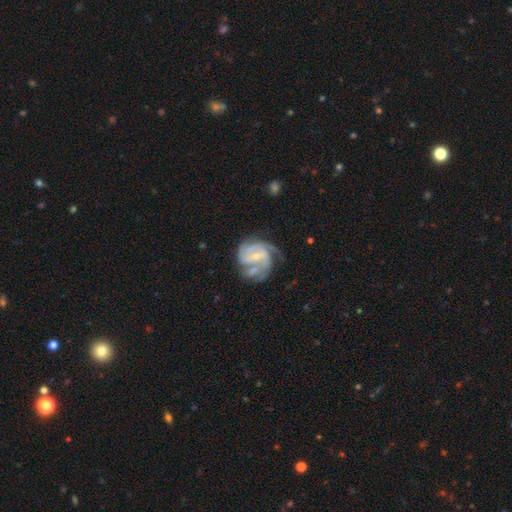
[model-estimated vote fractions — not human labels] A featured or disk galaxy (86%) with no bar (44%), 3 (46%) tight (51%) spiral arms (95%) and a small central bulge (62%).

Vote fractions:
- Smooth or featured? featured or disk: 86% / smooth: 9% / star or artifact: 6%
- Edge-on disk? no: 98% / yes: 2%
- Bar? no: 44% / weak: 43% / strong: 13%
- Spiral arms? yes: 95% / no: 5%
- Spiral winding? tight: 51% / medium: 40% / loose: 9%
- Spiral arm count? 3: 46% / can't tell: 17% / 2: 15% / 4: 15% / 1: 4% / more than 4: 4%
- Bulge size? small: 62% / moderate: 33% / none: 3% / large: 1% / dominant: 1%
- Merging? none: 47% / minor disturbance: 22% / major disturbance: 16% / merger: 16%